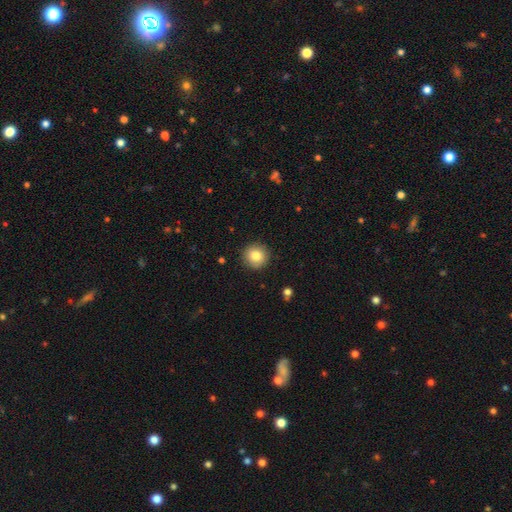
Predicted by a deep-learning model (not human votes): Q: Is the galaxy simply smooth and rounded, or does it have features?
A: smooth — 82%.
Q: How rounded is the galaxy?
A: round — 95%.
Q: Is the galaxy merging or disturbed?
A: none — 91%.